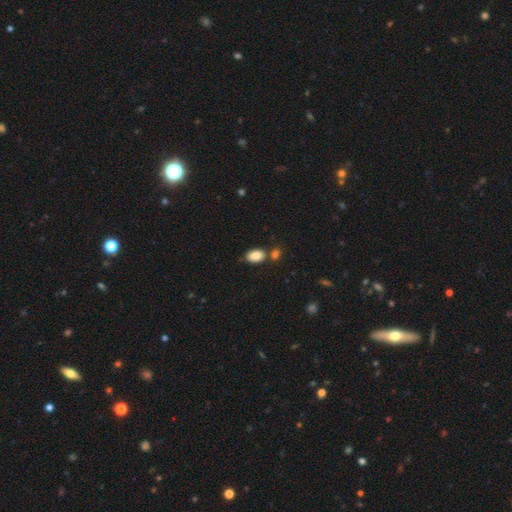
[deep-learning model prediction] This is clearly a smooth galaxy (87%). How rounded: clearly in between (89%). Merging: likely none (67%).